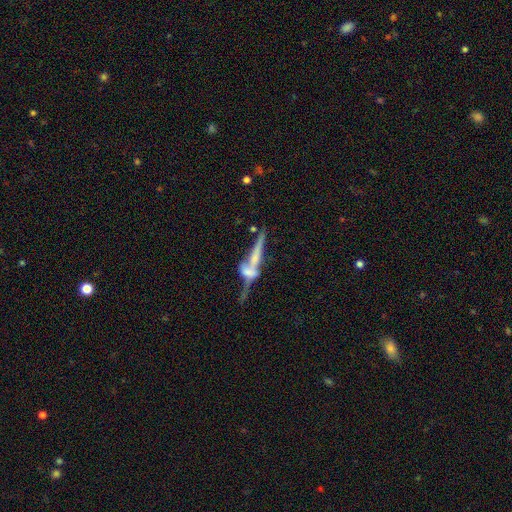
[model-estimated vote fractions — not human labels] This appears to be a featured or disk galaxy (56%) viewed edge-on (68%). Merging: merger (60%).